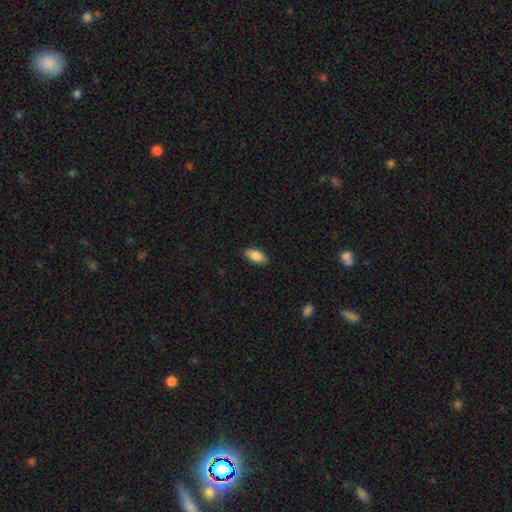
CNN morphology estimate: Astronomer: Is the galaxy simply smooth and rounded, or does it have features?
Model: smooth — 84%.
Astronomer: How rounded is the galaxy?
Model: in between — 90%.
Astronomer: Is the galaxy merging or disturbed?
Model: none — 88%.